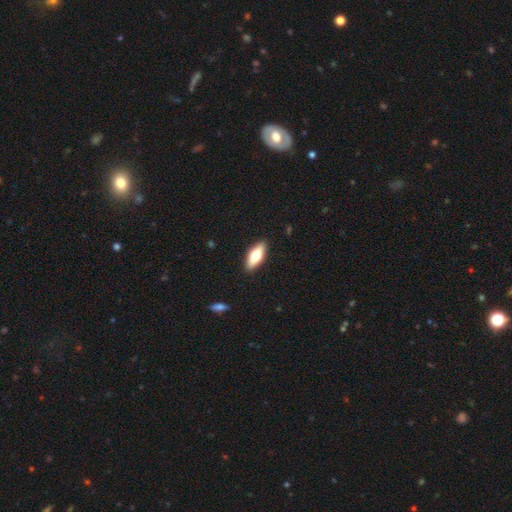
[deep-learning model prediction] smooth_or_featured: smooth (p=0.63) [alt: featured or disk p=0.31]
how_rounded: in between (p=0.67) [alt: cigar-shaped p=0.30]
merging: none (p=0.90) [alt: minor disturbance p=0.08]